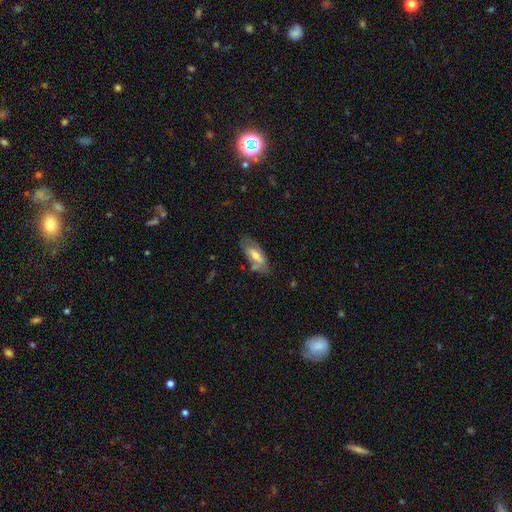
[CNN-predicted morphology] Q: Smooth or featured?
A: smooth (47%); tied with: featured or disk (47%)
Q: Merging?
A: none (66%); runner-up: minor disturbance (21%)